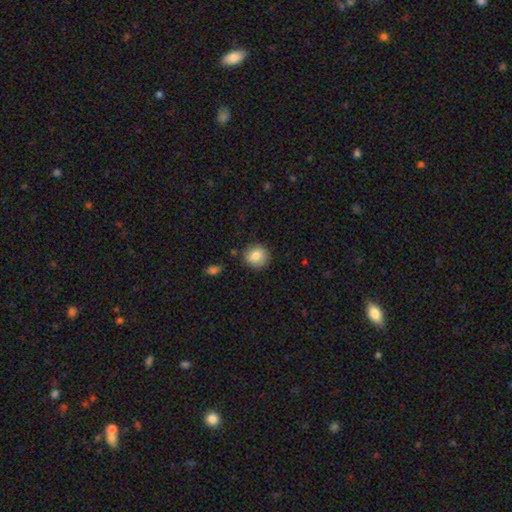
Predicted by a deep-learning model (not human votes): The model was most divided on "how rounded": round: 82%, in between: 17%, cigar-shaped: 1%. More confident: smooth or featured — smooth (83%); merging — none (83%).